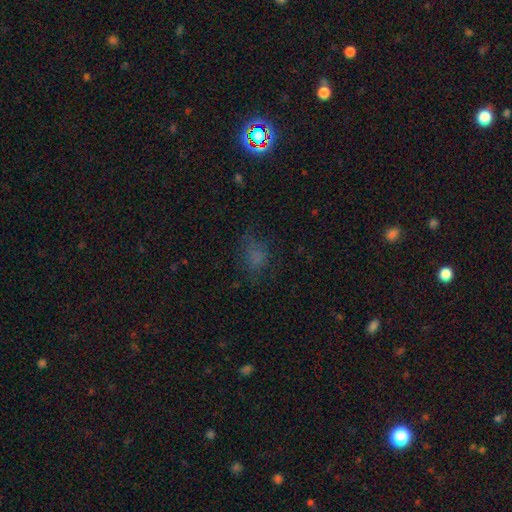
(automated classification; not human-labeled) Morphology: type=smooth (59%); roundness=in between (54%); merging=none (61%).